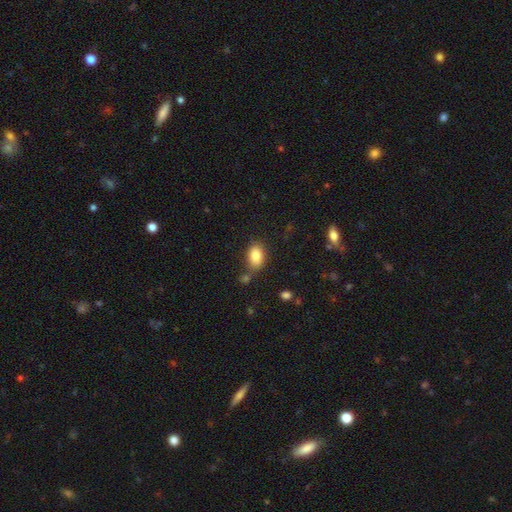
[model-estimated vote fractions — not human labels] Smooth or featured? Predicted: smooth (p=0.84). How rounded? Predicted: in between (p=0.86). Merging? Predicted: none (p=0.66).